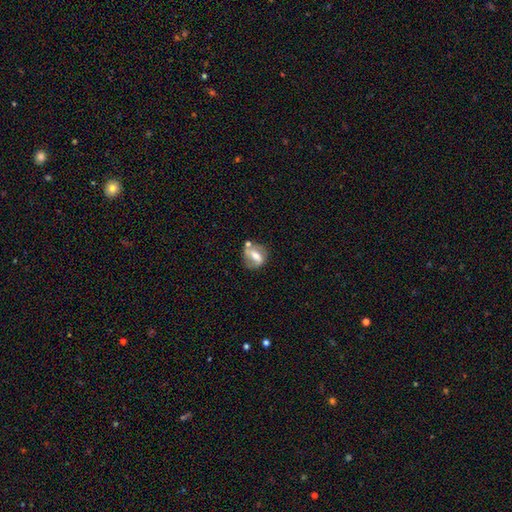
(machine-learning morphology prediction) Smooth or featured? featured or disk (55%)
Edge-on disk? no (91%)
Bar? strong (47%)
Spiral arms? yes (52%)
Bulge size? moderate (61%)
Merging? none (53%)